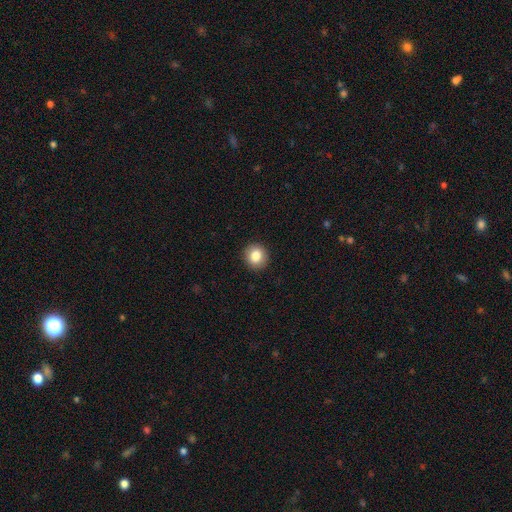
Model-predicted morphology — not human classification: Smooth or featured? Predicted: smooth (p=0.84). How rounded? Predicted: round (p=0.88). Merging? Predicted: none (p=0.92).